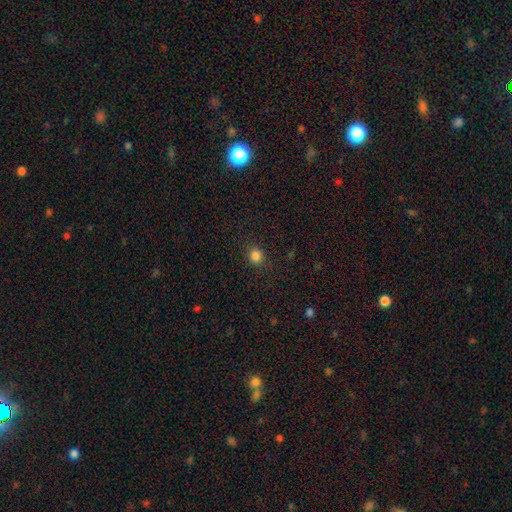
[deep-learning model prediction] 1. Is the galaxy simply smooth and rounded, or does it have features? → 84% smooth, 13% star or artifact, 4% featured or disk.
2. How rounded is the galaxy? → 86% round, 13% in between, 1% cigar-shaped.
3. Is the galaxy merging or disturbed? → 88% none, 8% minor disturbance, 3% major disturbance, 1% merger.